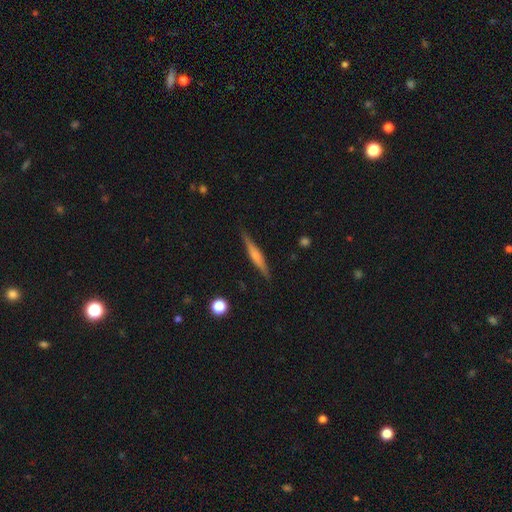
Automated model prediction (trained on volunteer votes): featured or disk 60%, smooth 34%, star or artifact 6%. Down the decision tree: edge-on disk — yes (97%); edge-on bulge — rounded (63%); merging — none (88%).